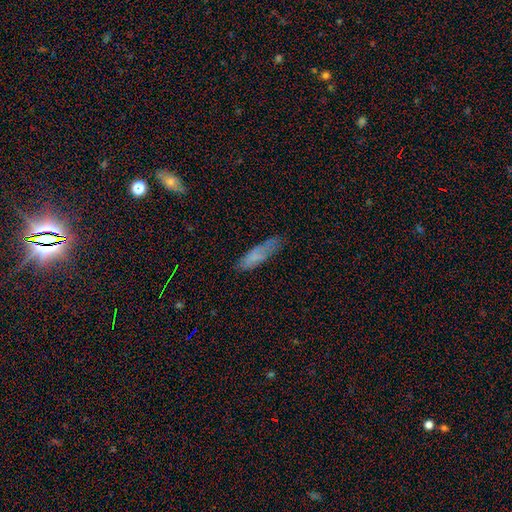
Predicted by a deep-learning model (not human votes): Overall: smooth (71%). How rounded: cigar-shaped (59%; in between 40%). Merging: none (65%; minor disturbance 25%).